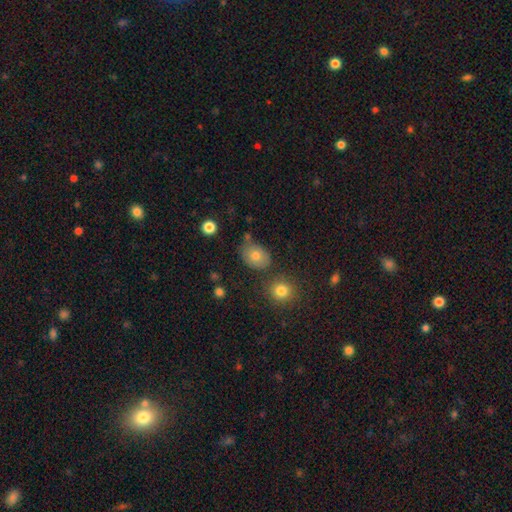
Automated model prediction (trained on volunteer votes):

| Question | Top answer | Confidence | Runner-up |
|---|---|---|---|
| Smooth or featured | smooth | 75% | featured or disk (13%) |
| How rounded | in between | 62% | round (37%) |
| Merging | none | 65% | minor disturbance (21%) |